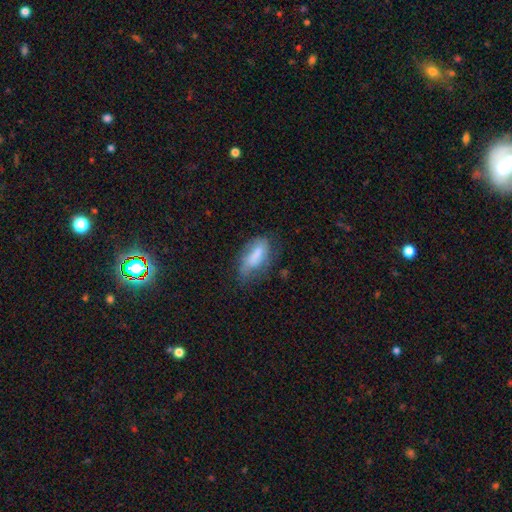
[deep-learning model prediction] Smooth or featured?
  - smooth: 68% *
  - featured or disk: 24%
  - star or artifact: 8%
How rounded?
  - in between: 83% *
  - cigar-shaped: 14%
  - round: 3%
Merging?
  - none: 46% *
  - minor disturbance: 33%
  - major disturbance: 18%
  - merger: 3%